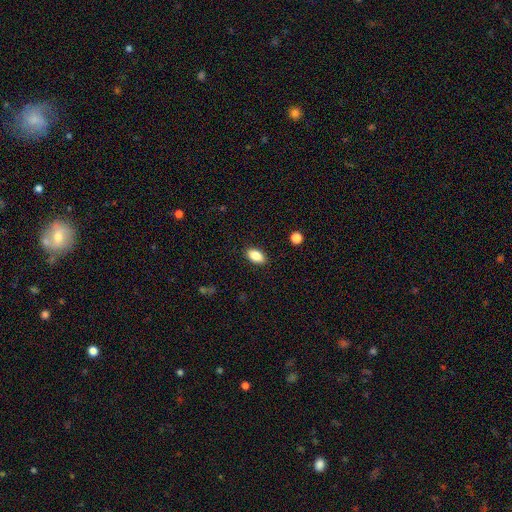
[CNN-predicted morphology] type=smooth (85%); roundness=in between (92%); merging=none (88%).